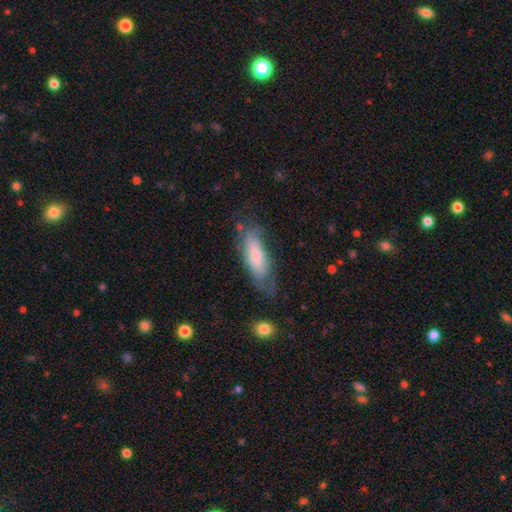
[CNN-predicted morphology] Smooth or featured: smooth — 57% (featured or disk — 36%)
How rounded: in between — 64% (cigar-shaped — 34%)
Merging: none — 53% (minor disturbance — 29%)